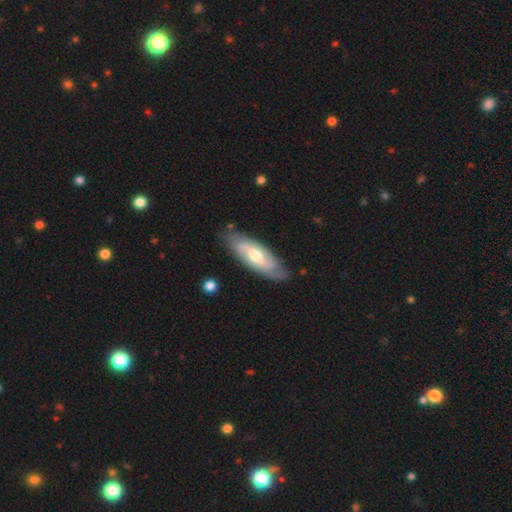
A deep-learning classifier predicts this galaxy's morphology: Smooth or featured? featured or disk (53%)
Edge-on disk? no (75%)
Merging? none (82%)